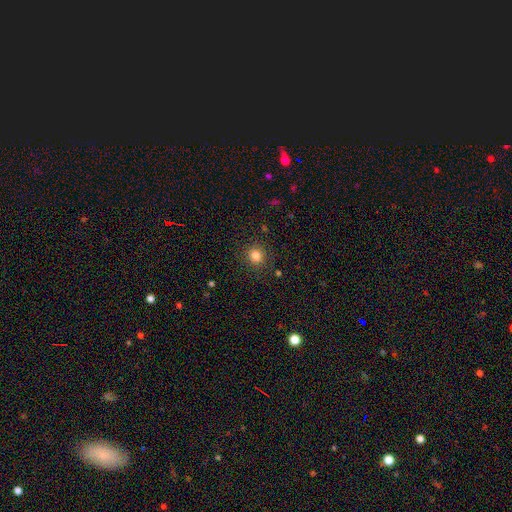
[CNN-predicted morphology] The model was most divided on "smooth or featured": smooth: 82%, star or artifact: 13%, featured or disk: 5%. More confident: merging — none (89%); how rounded — round (86%).